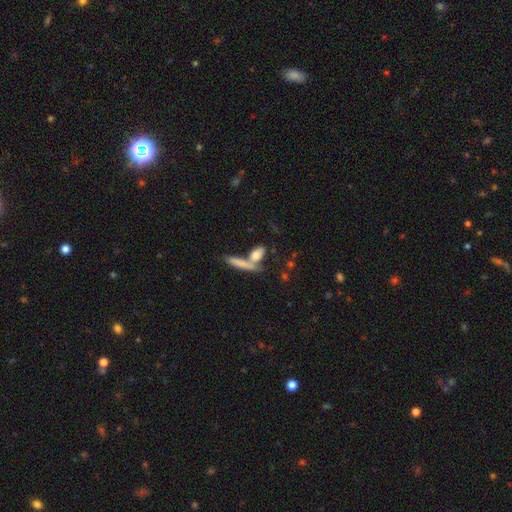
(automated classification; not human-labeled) Morphology: type=smooth (75%); roundness=in between (52%); merging=none (45%).